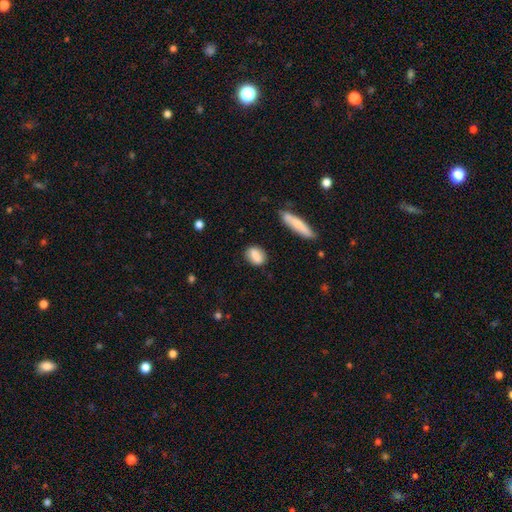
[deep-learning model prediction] Smooth or featured: smooth — 83% (featured or disk — 10%)
How rounded: in between — 65% (round — 27%)
Merging: none — 82% (minor disturbance — 12%)